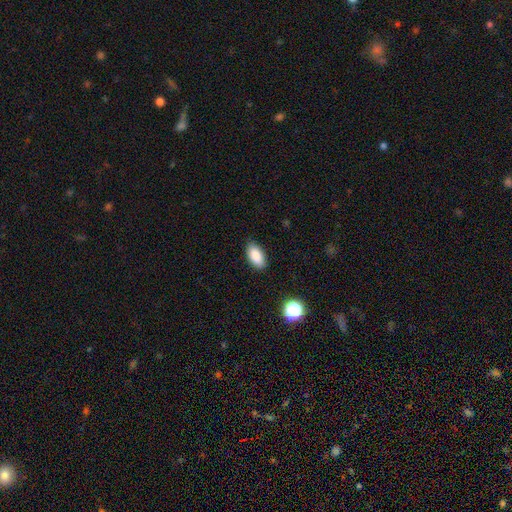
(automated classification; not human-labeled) Q: Smooth or featured?
A: smooth (87%); runner-up: star or artifact (8%)
Q: How rounded?
A: in between (92%); runner-up: cigar-shaped (4%)
Q: Merging?
A: none (86%); runner-up: minor disturbance (11%)